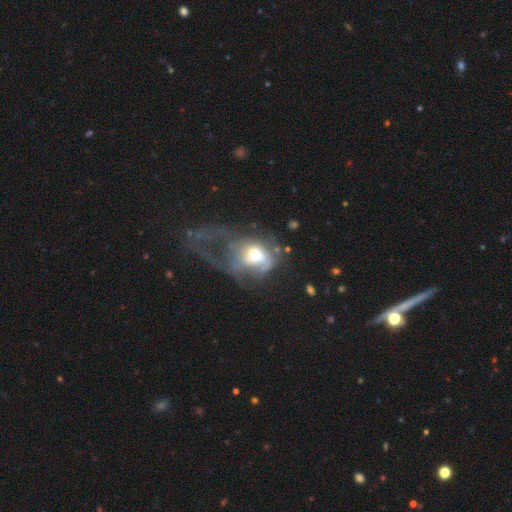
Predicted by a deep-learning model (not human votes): This appears to be a featured or disk galaxy (49%). Merging: major disturbance (67%).